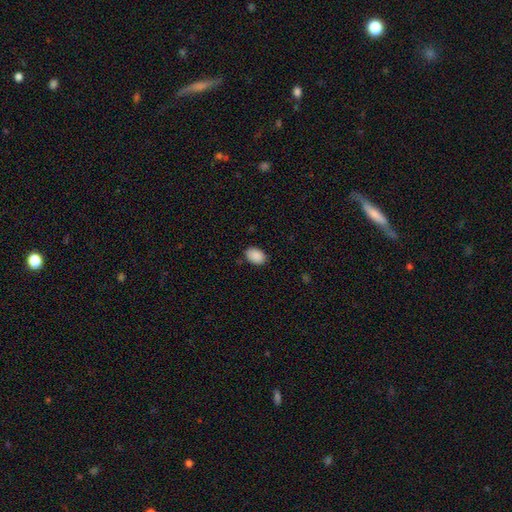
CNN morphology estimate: Smooth or featured?
  - smooth: 90% *
  - star or artifact: 7%
  - featured or disk: 3%
How rounded?
  - in between: 85% *
  - round: 14%
  - cigar-shaped: 1%
Merging?
  - none: 85% *
  - minor disturbance: 12%
  - major disturbance: 2%
  - merger: 1%